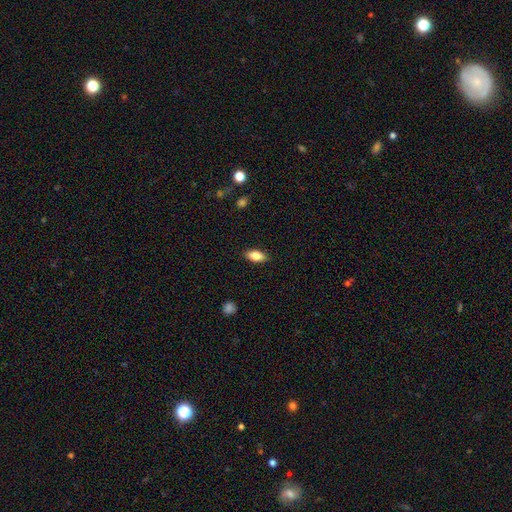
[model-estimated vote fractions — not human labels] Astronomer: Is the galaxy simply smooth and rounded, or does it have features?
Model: smooth — 80%.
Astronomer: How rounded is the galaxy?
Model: in between — 88%.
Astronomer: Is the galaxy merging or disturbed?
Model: none — 88%.